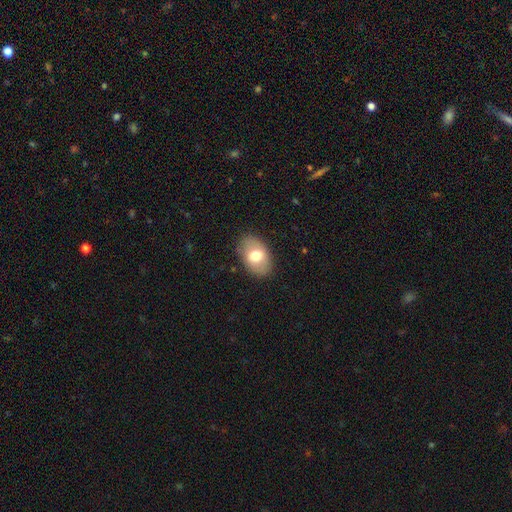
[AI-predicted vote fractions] Overall: smooth (71%). How rounded: in between (87%). Merging: none (85%).